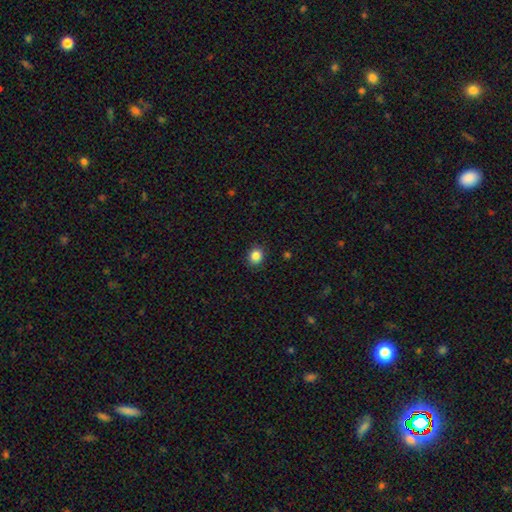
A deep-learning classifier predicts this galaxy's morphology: This is clearly a smooth galaxy (85%). How rounded: likely round (76%). Merging: clearly none (91%).